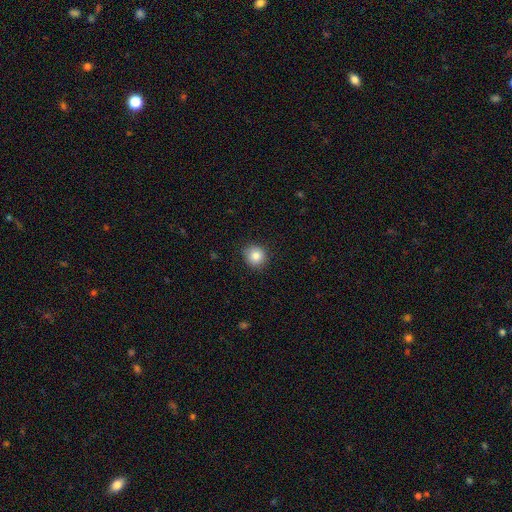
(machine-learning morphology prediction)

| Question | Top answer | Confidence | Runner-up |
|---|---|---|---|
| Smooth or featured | smooth | 85% | star or artifact (9%) |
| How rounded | round | 89% | in between (10%) |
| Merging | none | 88% | minor disturbance (9%) |